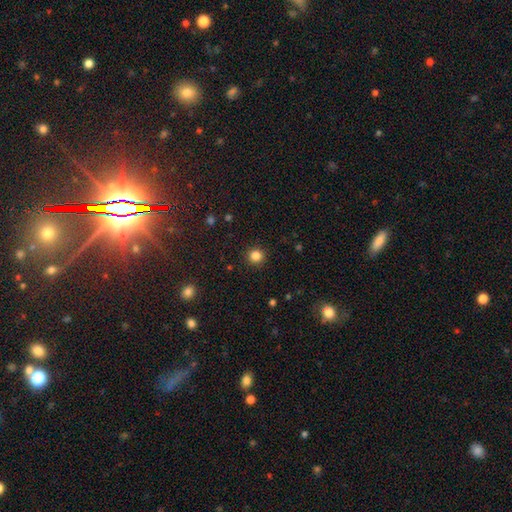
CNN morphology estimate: type=smooth (84%); roundness=round (93%); merging=none (92%).